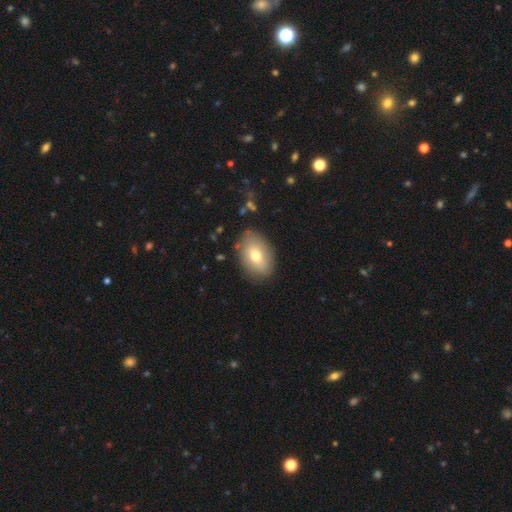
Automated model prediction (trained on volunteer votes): Smooth or featured? Predicted: smooth (p=0.72). How rounded? Predicted: in between (p=0.87). Merging? Predicted: none (p=0.84).